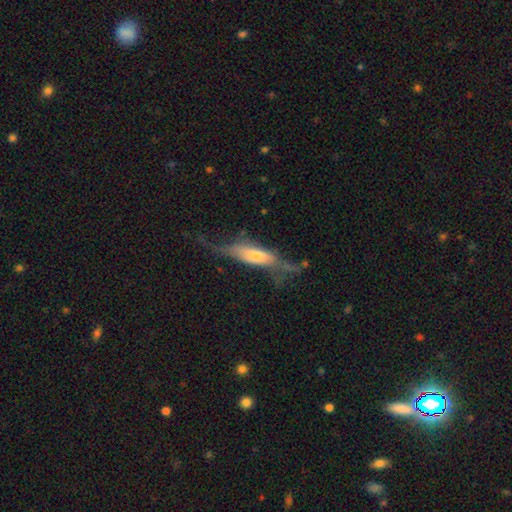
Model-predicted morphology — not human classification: Smooth or featured? featured or disk (52%)
Edge-on disk? yes (57%)
Merging? none (36%)